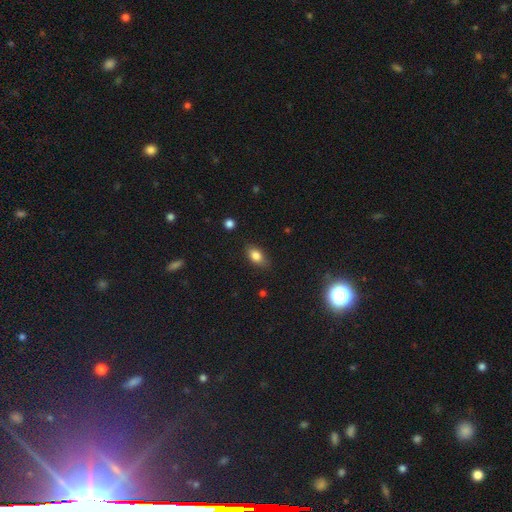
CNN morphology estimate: Smooth or featured?
  - smooth: 83% *
  - star or artifact: 9%
  - featured or disk: 8%
How rounded?
  - in between: 85% *
  - round: 11%
  - cigar-shaped: 4%
Merging?
  - none: 80% *
  - minor disturbance: 16%
  - major disturbance: 3%
  - merger: 1%